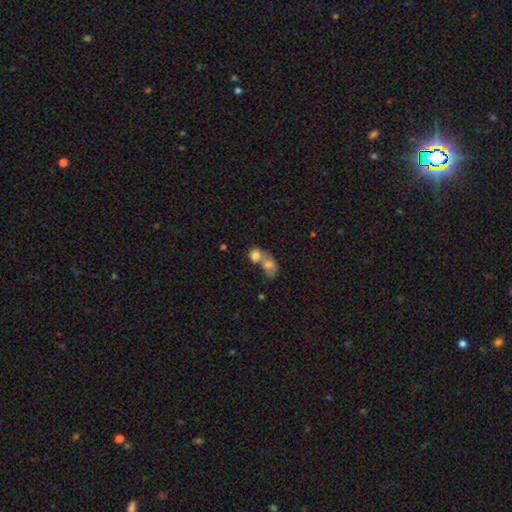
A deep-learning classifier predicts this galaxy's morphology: Overall: smooth (76%). How rounded: in between (51%; round 48%). Merging: merger (71%).